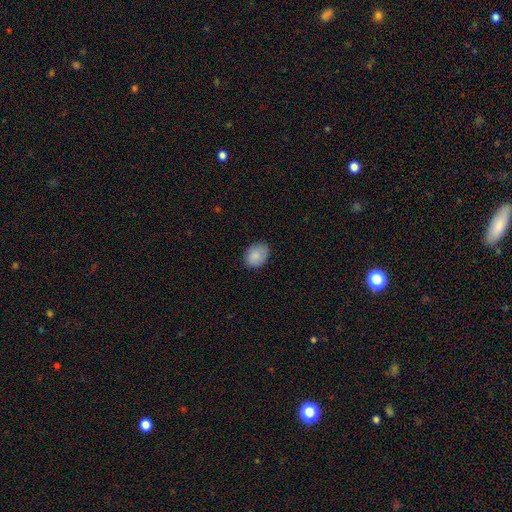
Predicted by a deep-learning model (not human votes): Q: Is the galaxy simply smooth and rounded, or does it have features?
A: smooth — 87%.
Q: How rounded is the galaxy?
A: in between — 62%.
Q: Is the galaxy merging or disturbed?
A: none — 82%.